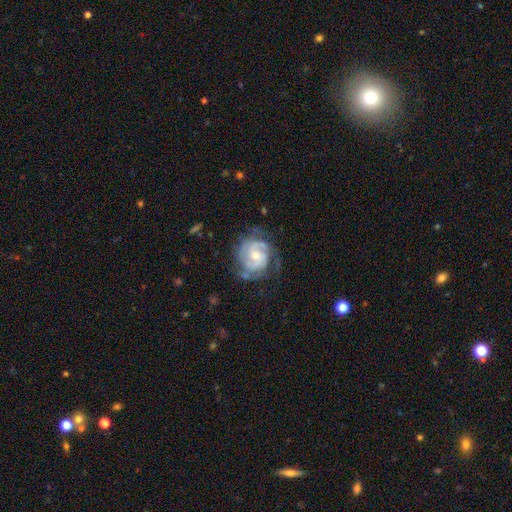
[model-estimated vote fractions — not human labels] Overall: featured or disk (84%). Edge-on disk: no (98%). Bar: no (56%; weak 37%). Spiral arms: yes (96%). Spiral arm count: 2 (57%). Spiral winding: tight (57%; medium 35%). Bulge size: moderate (48%; small 47%). Merging: none (64%).